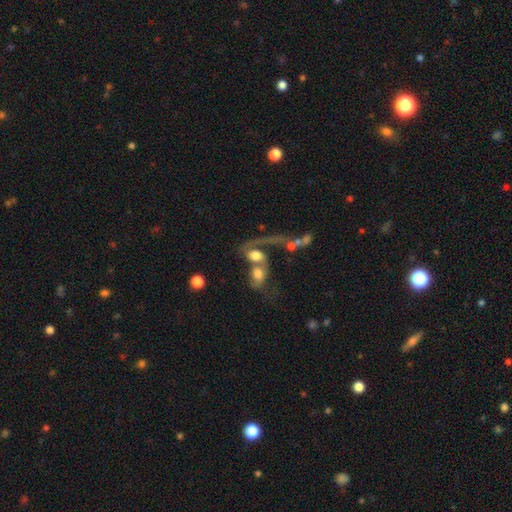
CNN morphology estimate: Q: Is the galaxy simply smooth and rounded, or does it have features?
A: smooth — 53%.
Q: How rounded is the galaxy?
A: in between — 64%.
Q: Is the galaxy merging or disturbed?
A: merger — 70%.